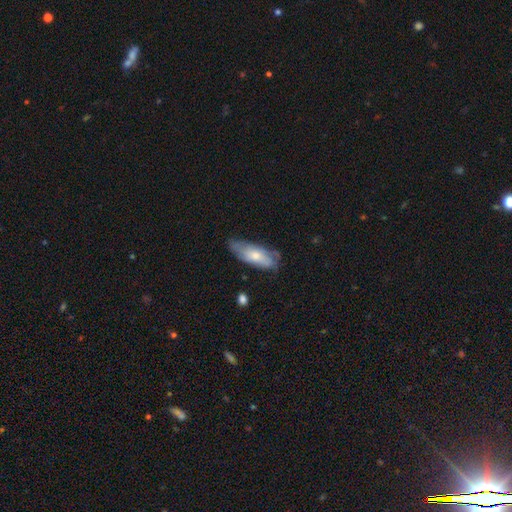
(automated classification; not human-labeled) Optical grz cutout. It shows a smooth galaxy with no disk features (60%) that is in between round and cigar-shaped (73%). Merging: none (58%).